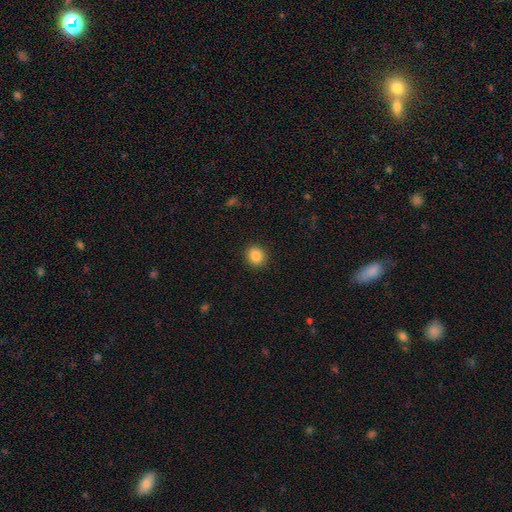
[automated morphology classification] smooth 87%, star or artifact 9%, featured or disk 4%. Down the decision tree: how rounded — round (76%); merging — none (91%).